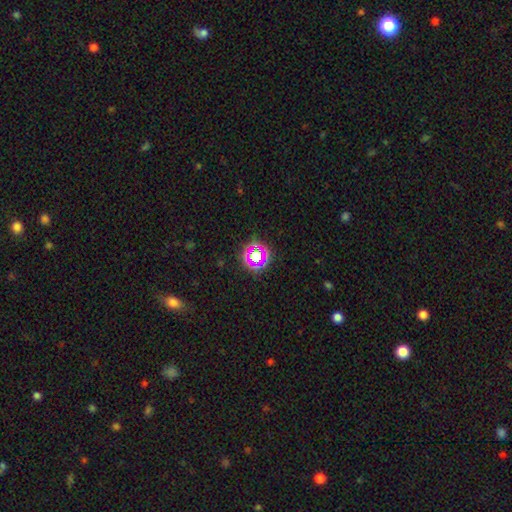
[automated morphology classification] The model was most divided on "smooth or featured": star or artifact: 60%, smooth: 27%, featured or disk: 13%.